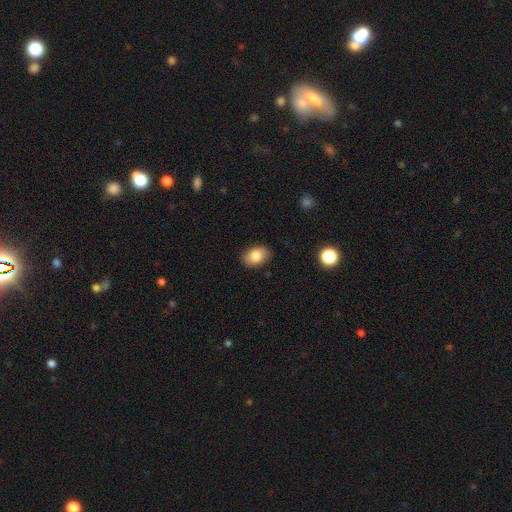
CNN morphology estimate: Overall: smooth (82%). How rounded: in between (83%). Merging: none (86%).